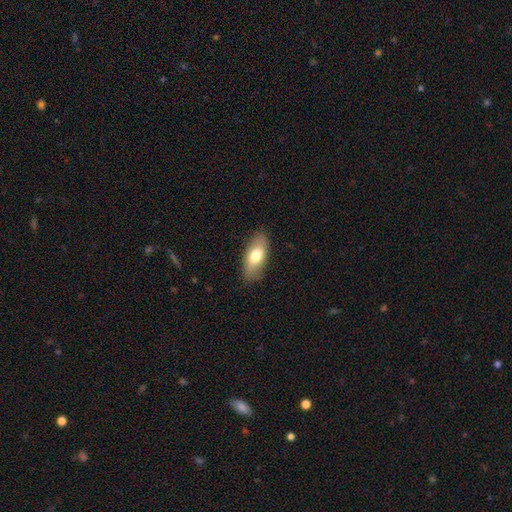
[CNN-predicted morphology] smooth 71%, featured or disk 22%, star or artifact 6%. Down the decision tree: how rounded — in between (85%); merging — none (85%).